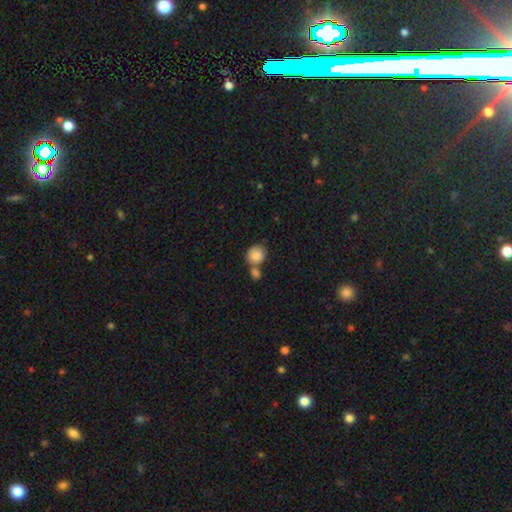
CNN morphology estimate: A smooth galaxy with no disk features (85%) that is round (82%).

Vote fractions:
- Smooth or featured? smooth: 85% / star or artifact: 8% / featured or disk: 7%
- How rounded? round: 82% / in between: 17% / cigar-shaped: 1%
- Merging? merger: 44% / none: 41% / minor disturbance: 11% / major disturbance: 4%